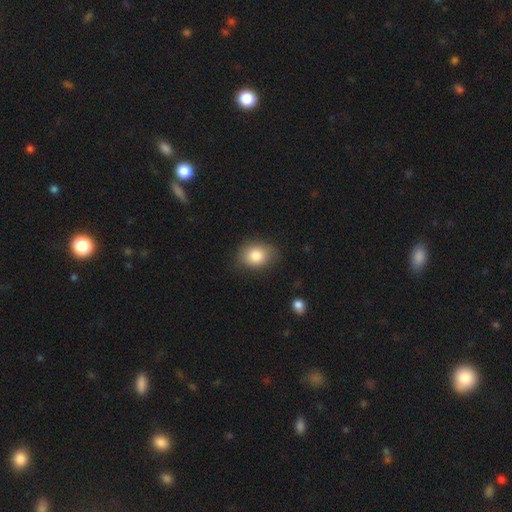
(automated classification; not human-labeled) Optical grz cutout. It shows a smooth galaxy with no disk features (83%) that is in between round and cigar-shaped (57%). Merging: none (79%).